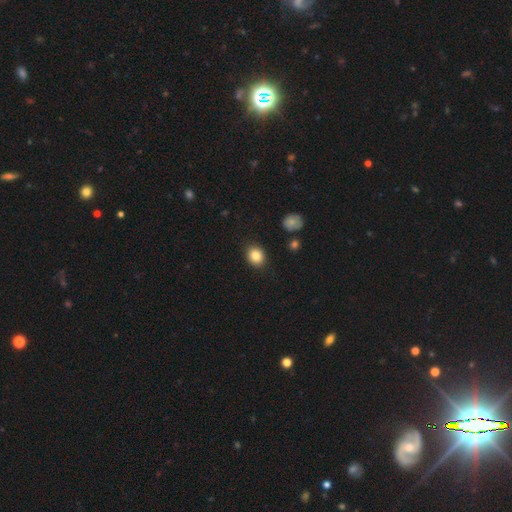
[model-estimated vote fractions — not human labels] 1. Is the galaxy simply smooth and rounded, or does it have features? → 86% smooth, 9% star or artifact, 5% featured or disk.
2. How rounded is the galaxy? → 60% round, 39% in between, 1% cigar-shaped.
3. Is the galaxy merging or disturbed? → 88% none, 8% minor disturbance, 2% major disturbance, 2% merger.